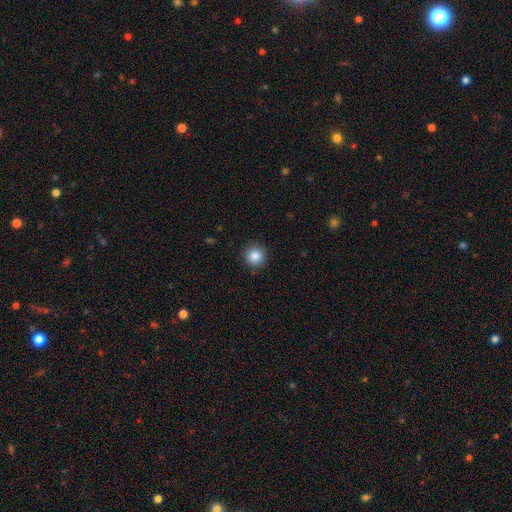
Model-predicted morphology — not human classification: type=smooth (86%); roundness=round (94%); merging=none (91%).